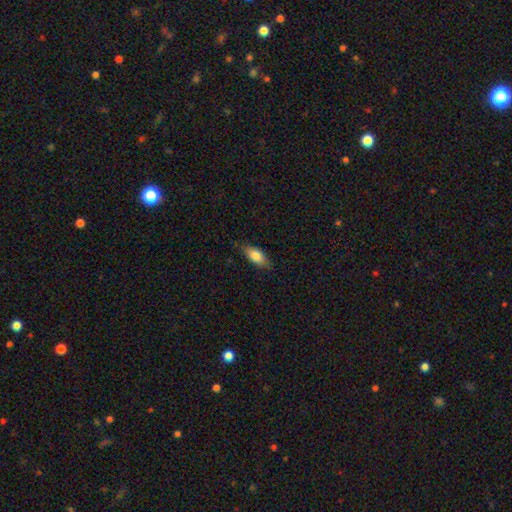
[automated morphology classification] Smooth or featured? smooth (77%)
How rounded? in between (84%)
Merging? none (77%)